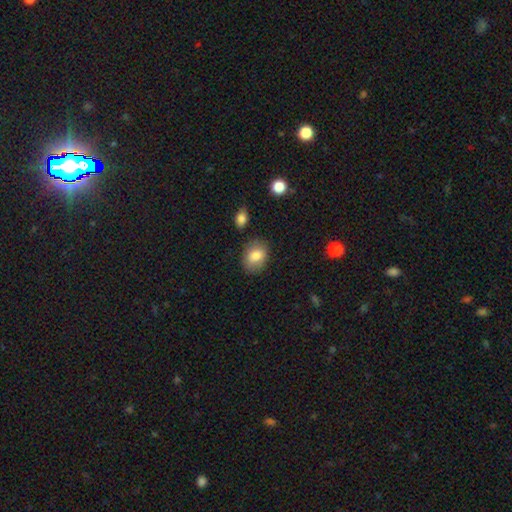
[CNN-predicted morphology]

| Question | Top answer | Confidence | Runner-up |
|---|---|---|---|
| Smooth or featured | smooth | 83% | featured or disk (9%) |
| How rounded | in between | 70% | round (28%) |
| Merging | none | 80% | minor disturbance (14%) |